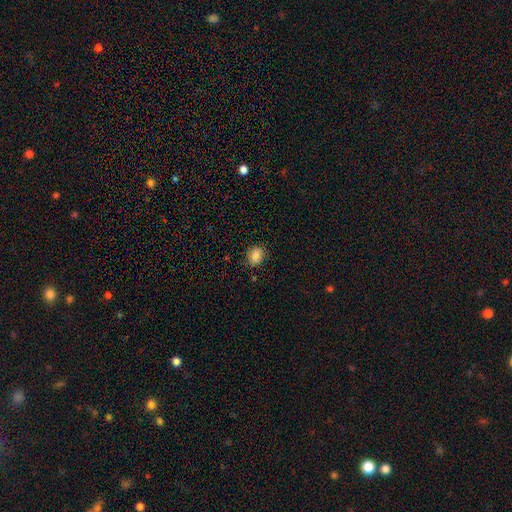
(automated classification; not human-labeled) This is clearly a smooth galaxy (86%). How rounded: possibly round (50%). Merging: clearly none (81%).